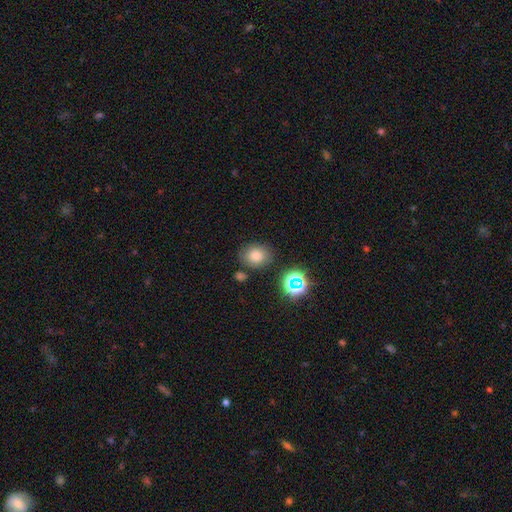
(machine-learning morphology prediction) This appears to be a smooth galaxy with no disk features (77%) that is round (65%). Merging: none (78%).